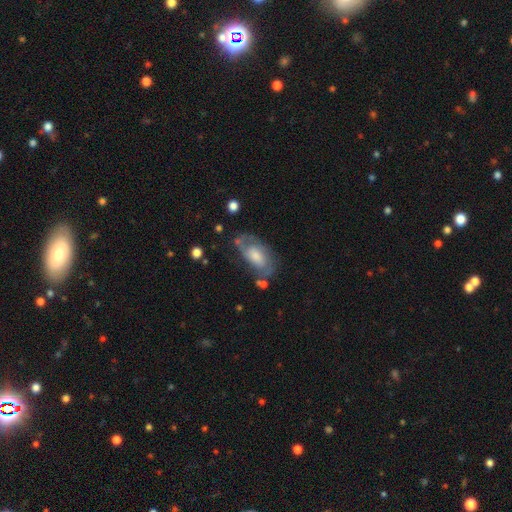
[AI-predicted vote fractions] smooth_or_featured: featured or disk (p=0.58) [alt: smooth p=0.36]
disk_edge_on: no (p=0.93) [alt: yes p=0.07]
bar: no (p=0.61) [alt: weak p=0.32]
has_spiral_arms: yes (p=0.78) [alt: no p=0.22]
bulge_size: moderate (p=0.41) [alt: large p=0.26]
merging: none (p=0.56) [alt: minor disturbance p=0.25]